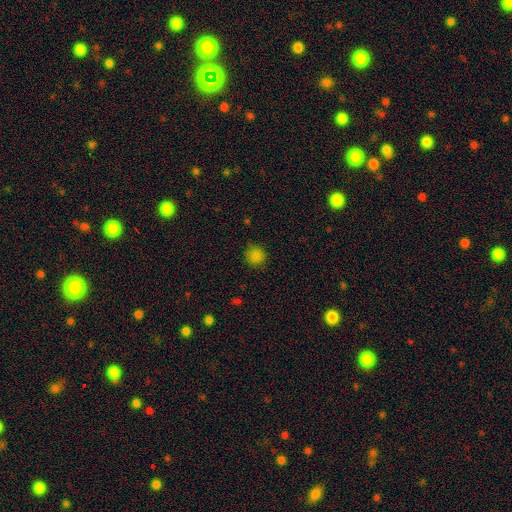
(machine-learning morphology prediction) A smooth galaxy with no disk features (83%) that is round (89%).

Vote fractions:
- Smooth or featured? smooth: 83% / star or artifact: 14% / featured or disk: 3%
- How rounded? round: 89% / in between: 10% / cigar-shaped: 1%
- Merging? none: 84% / minor disturbance: 12% / major disturbance: 3% / merger: 1%